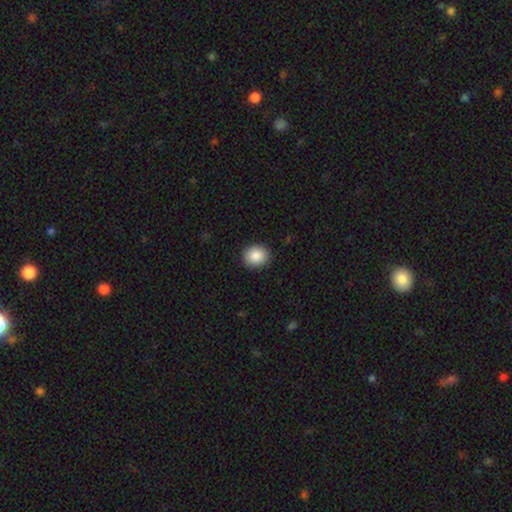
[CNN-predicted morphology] Smooth or featured?
  - smooth: 87% *
  - star or artifact: 8%
  - featured or disk: 5%
How rounded?
  - round: 75% *
  - in between: 24%
  - cigar-shaped: 1%
Merging?
  - none: 91% *
  - minor disturbance: 6%
  - major disturbance: 2%
  - merger: 1%